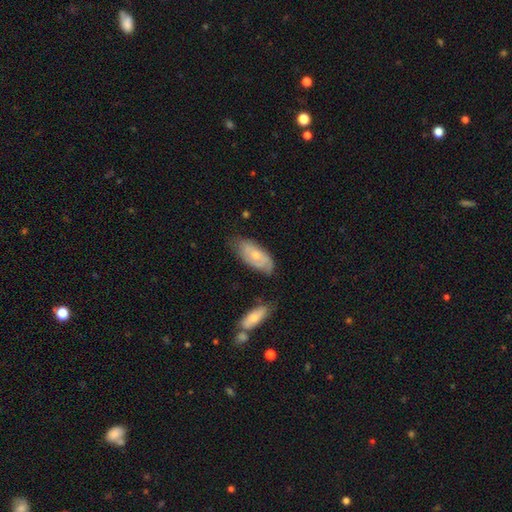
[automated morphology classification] Overall: featured or disk (49%; smooth 45%). Merging: none (61%; minor disturbance 28%).